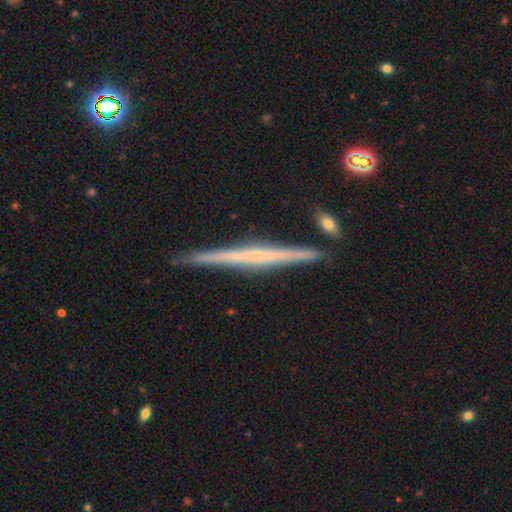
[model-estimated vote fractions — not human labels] Smooth or featured?
  - featured or disk: 71% *
  - smooth: 23%
  - star or artifact: 6%
Edge-on disk?
  - yes: 98% *
  - no: 2%
Edge-on bulge?
  - none: 68% *
  - rounded: 23%
  - boxy: 9%
Merging?
  - none: 88% *
  - minor disturbance: 8%
  - merger: 2%
  - major disturbance: 1%